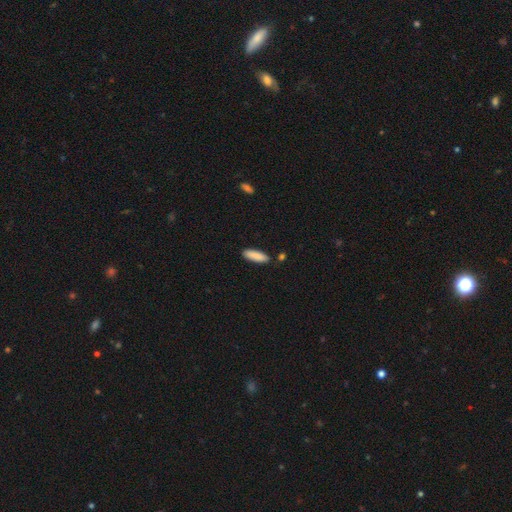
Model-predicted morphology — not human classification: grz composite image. It shows a smooth galaxy with no disk features (89%) that is cigar-shaped (52%). Merging: none (86%).